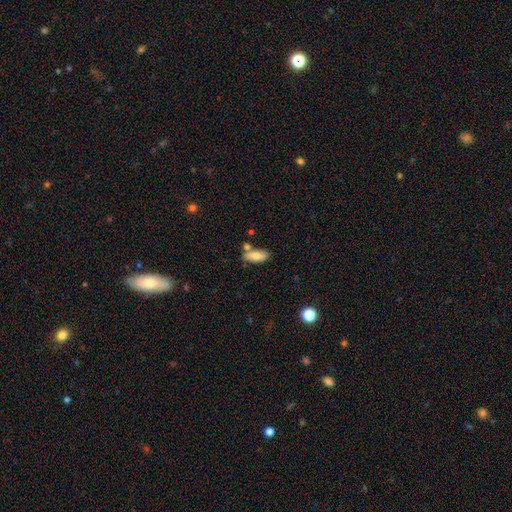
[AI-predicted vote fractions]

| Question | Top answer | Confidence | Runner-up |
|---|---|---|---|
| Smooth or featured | smooth | 78% | featured or disk (16%) |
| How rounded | in between | 79% | cigar-shaped (19%) |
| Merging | none | 67% | minor disturbance (15%) |